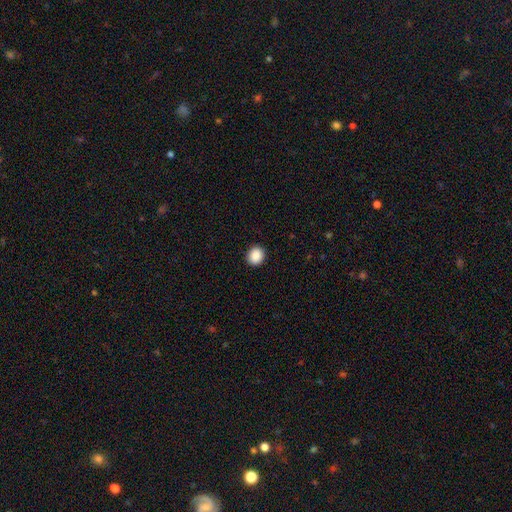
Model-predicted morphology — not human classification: smooth 89%, star or artifact 8%, featured or disk 3%. Down the decision tree: how rounded — round (75%); merging — none (91%).